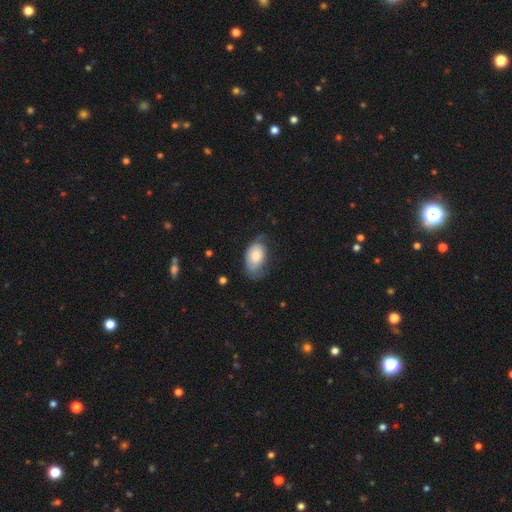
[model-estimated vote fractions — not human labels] Smooth or featured?
  - smooth: 70% *
  - featured or disk: 23%
  - star or artifact: 7%
How rounded?
  - in between: 91% *
  - round: 7%
  - cigar-shaped: 1%
Merging?
  - none: 48% *
  - minor disturbance: 35%
  - major disturbance: 15%
  - merger: 2%